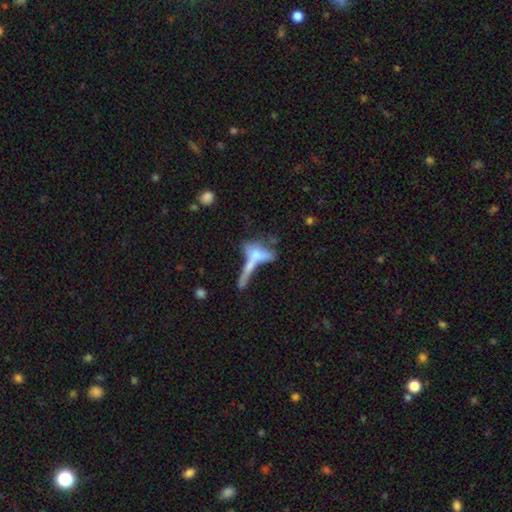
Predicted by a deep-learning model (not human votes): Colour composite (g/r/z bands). It shows a smooth galaxy with no disk features (52%) that is cigar-shaped (52%). Merging: merger (47%).